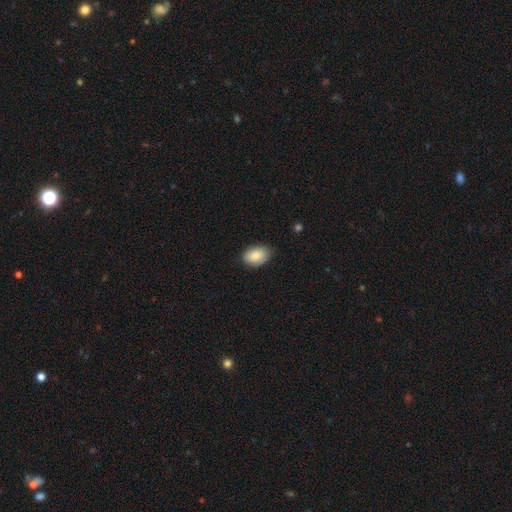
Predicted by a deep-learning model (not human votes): This appears to be a smooth galaxy with no disk features (87%) that is in between round and cigar-shaped (87%). Merging: none (79%).